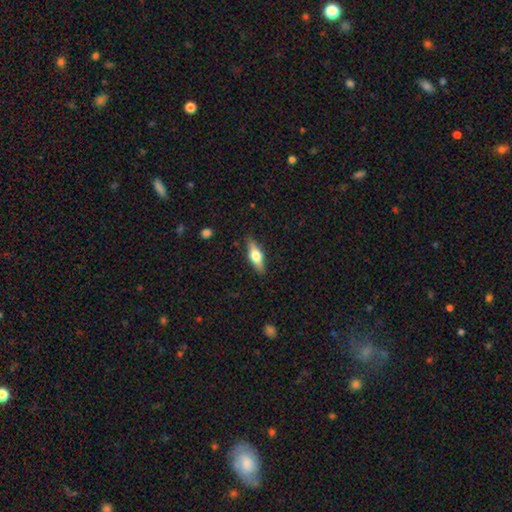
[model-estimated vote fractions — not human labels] Smooth or featured? featured or disk (53%)
Edge-on disk? yes (93%)
Merging? none (87%)